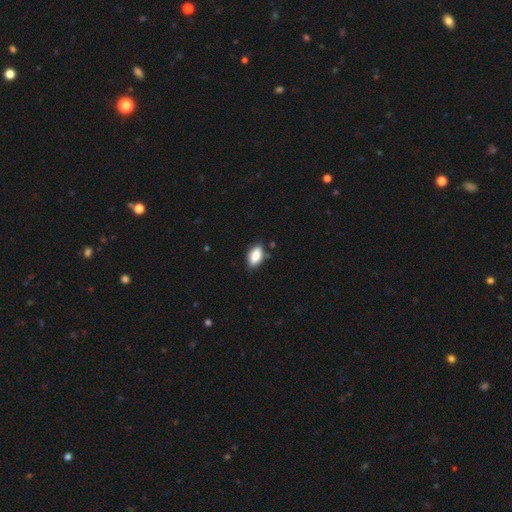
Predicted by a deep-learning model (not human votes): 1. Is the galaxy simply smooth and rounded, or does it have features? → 87% smooth, 7% star or artifact, 6% featured or disk.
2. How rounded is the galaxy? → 92% in between, 4% round, 4% cigar-shaped.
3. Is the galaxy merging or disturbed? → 81% none, 15% minor disturbance, 3% major disturbance, 2% merger.